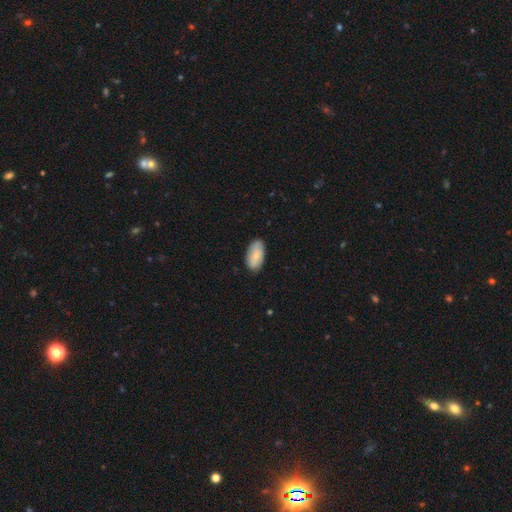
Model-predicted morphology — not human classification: smooth 77%, featured or disk 17%, star or artifact 6%. Down the decision tree: how rounded — in between (94%); merging — none (81%).